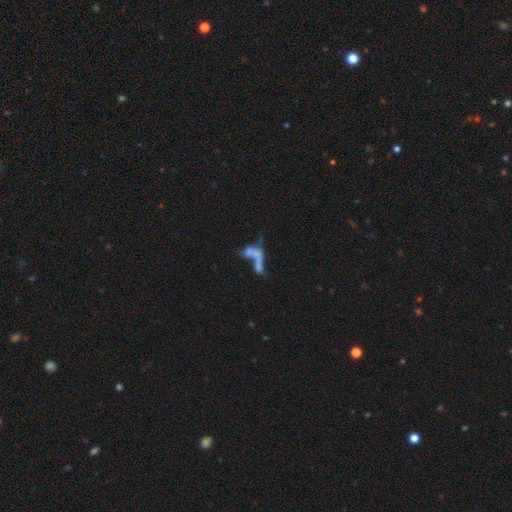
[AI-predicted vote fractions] Q: Smooth or featured?
A: smooth (43%); runner-up: featured or disk (40%)
Q: Merging?
A: merger (58%); runner-up: major disturbance (18%)